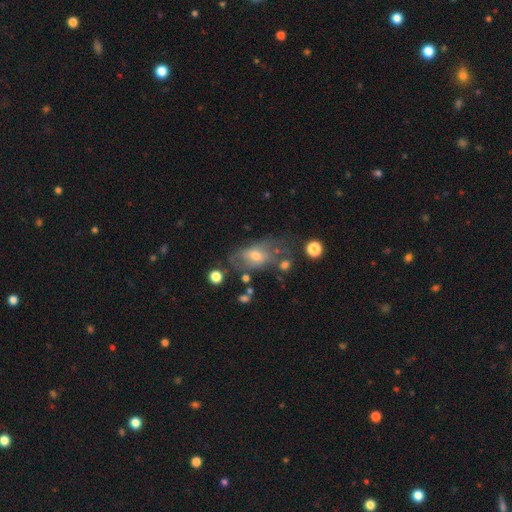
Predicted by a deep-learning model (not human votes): smooth_or_featured: smooth (p=0.46) [alt: featured or disk p=0.43]
merging: none (p=0.40) [alt: minor disturbance p=0.25]